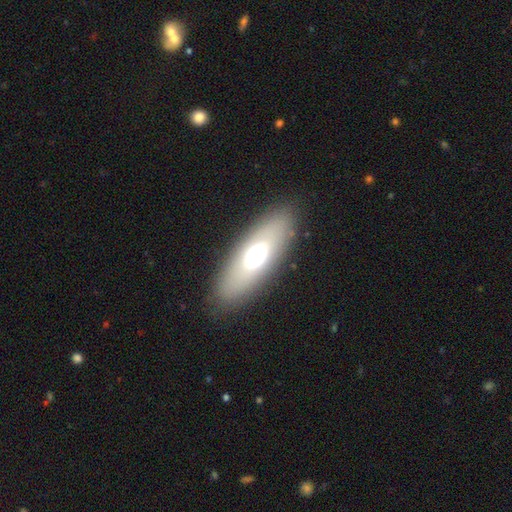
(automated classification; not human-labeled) Overall: smooth (55%; featured or disk 35%). How rounded: in between (73%). Merging: none (86%).